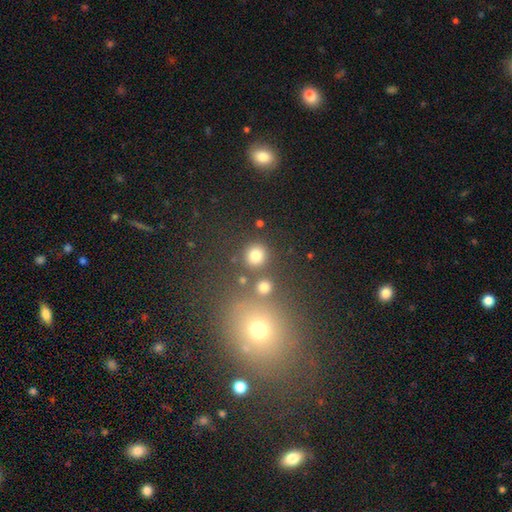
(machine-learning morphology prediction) smooth-or-featured: smooth: 79% | star or artifact: 15% | featured or disk: 6%
  how-rounded: round: 90% | in between: 9% | cigar-shaped: 1%
  merging: none: 79% | merger: 9% | minor disturbance: 8% | major disturbance: 4%